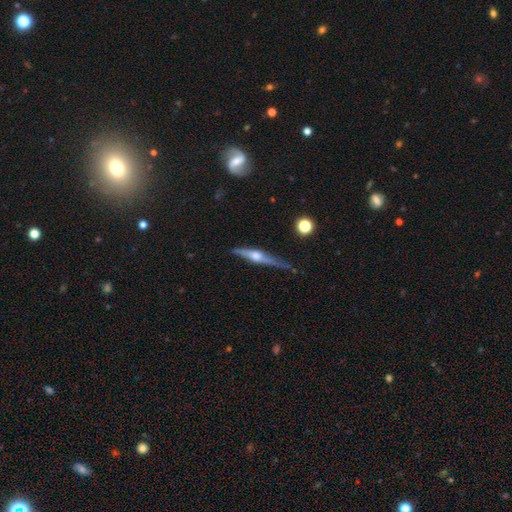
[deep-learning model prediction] Overall: featured or disk (72%). Edge-on disk: yes (96%). Edge-on bulge: rounded (89%). Merging: none (69%).